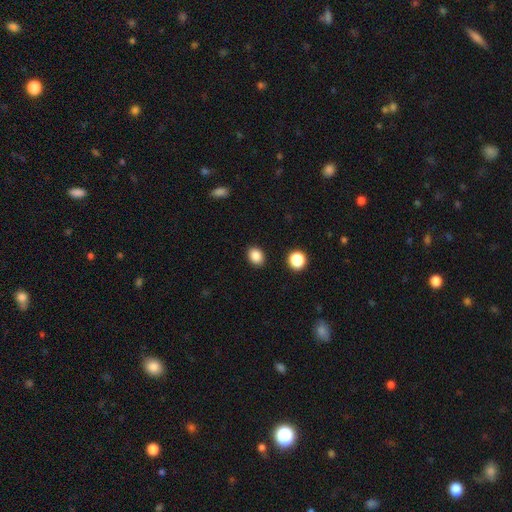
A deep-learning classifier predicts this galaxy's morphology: Smooth or featured?
  - smooth: 86% *
  - star or artifact: 10%
  - featured or disk: 4%
How rounded?
  - in between: 56% *
  - round: 43%
  - cigar-shaped: 1%
Merging?
  - none: 89% *
  - minor disturbance: 7%
  - major disturbance: 2%
  - merger: 2%